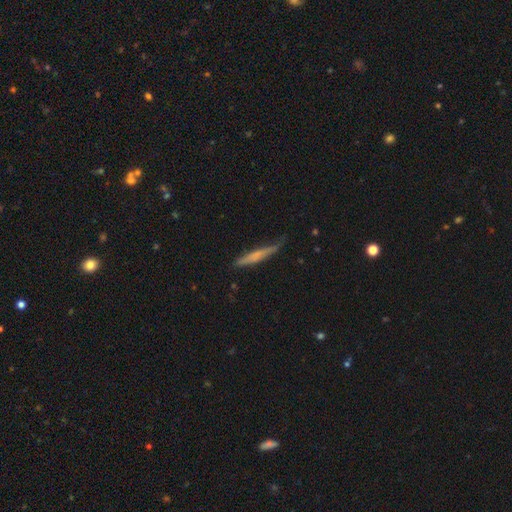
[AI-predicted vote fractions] A smooth galaxy with no disk features (56%) that is cigar-shaped (94%).

Vote fractions:
- Smooth or featured? smooth: 56% / featured or disk: 38% / star or artifact: 6%
- How rounded? cigar-shaped: 94% / in between: 5% / round: 2%
- Merging? none: 67% / minor disturbance: 25% / major disturbance: 5% / merger: 2%